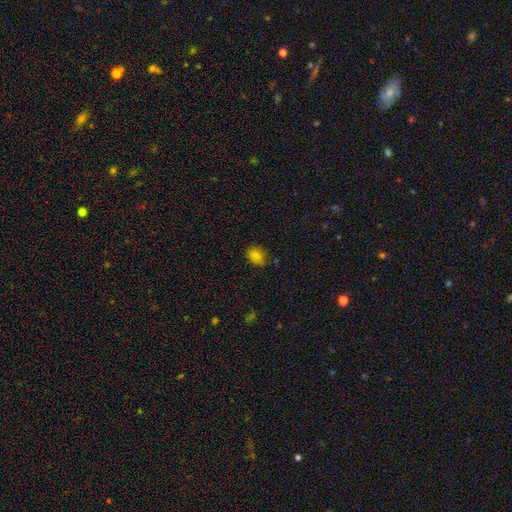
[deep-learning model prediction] Smooth or featured?
  - smooth: 81% *
  - star or artifact: 12%
  - featured or disk: 8%
How rounded?
  - in between: 67% *
  - round: 32%
  - cigar-shaped: 1%
Merging?
  - none: 76% *
  - minor disturbance: 19%
  - major disturbance: 3%
  - merger: 2%